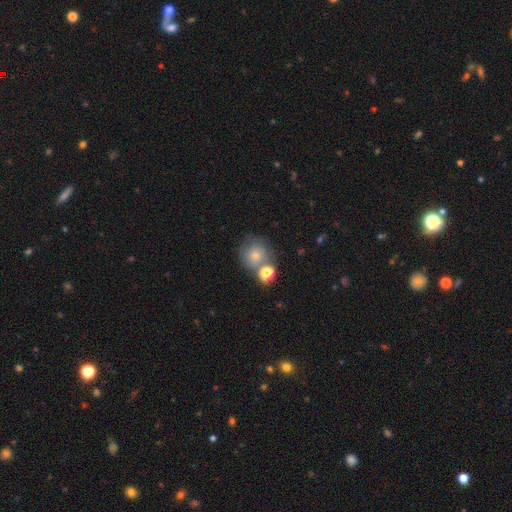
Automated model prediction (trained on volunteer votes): This appears to be a smooth galaxy with no disk features (73%) that is round (85%). Merging: none (53%).